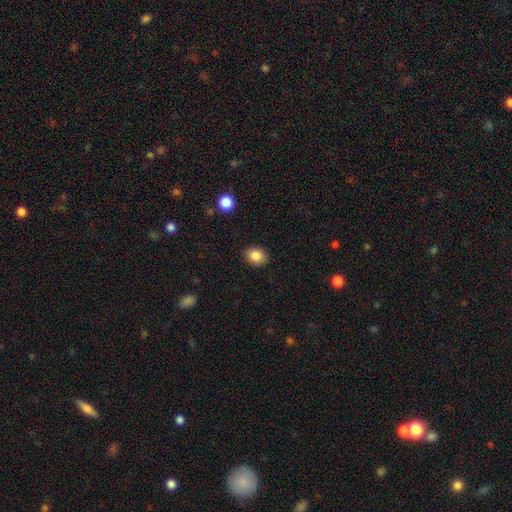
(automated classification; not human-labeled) A smooth galaxy with no disk features (86%) that is in between round and cigar-shaped (52%). Merging: none (88%).